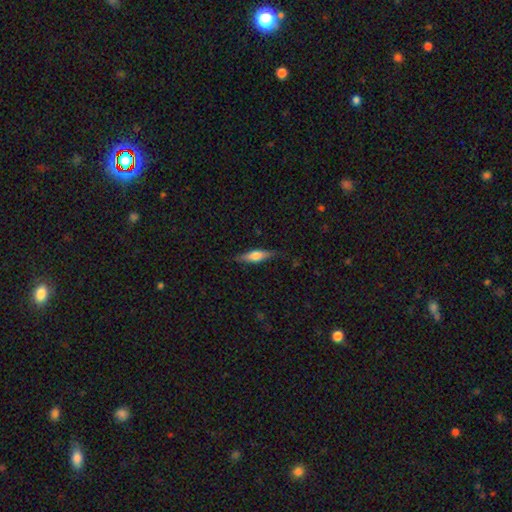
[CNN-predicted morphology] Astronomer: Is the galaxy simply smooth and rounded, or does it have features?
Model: smooth — 56% (runner-up: featured or disk, 38%).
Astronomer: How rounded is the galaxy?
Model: cigar-shaped — 62%.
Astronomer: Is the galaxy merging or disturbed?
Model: none — 82%.